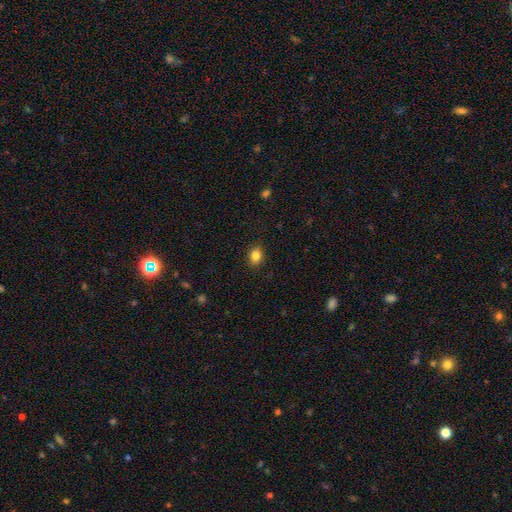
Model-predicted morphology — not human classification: Q: Smooth or featured?
A: smooth (84%); runner-up: star or artifact (10%)
Q: How rounded?
A: in between (55%); runner-up: round (44%)
Q: Merging?
A: none (89%); runner-up: minor disturbance (8%)